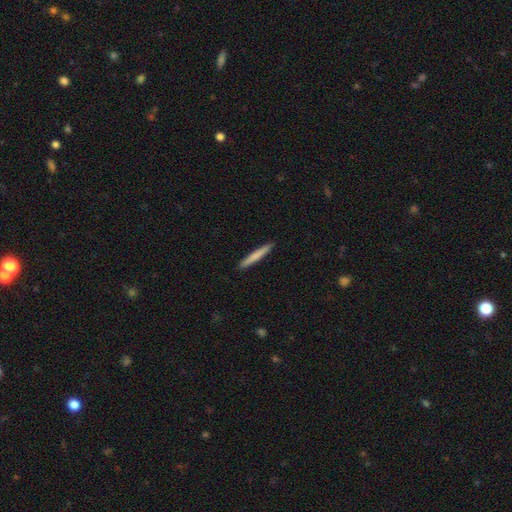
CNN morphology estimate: This is likely a smooth galaxy (74%). How rounded: clearly cigar-shaped (96%). Merging: clearly none (92%).